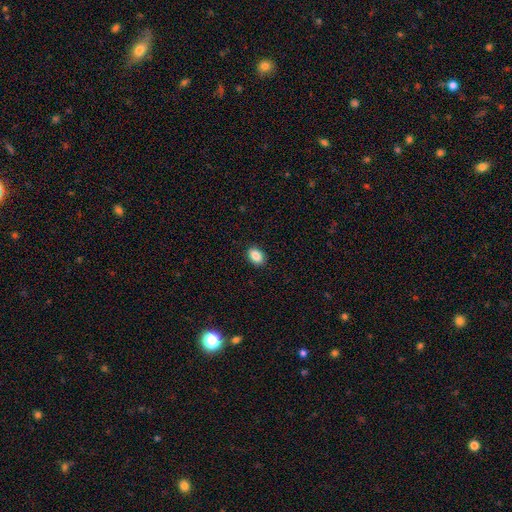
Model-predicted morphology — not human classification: type=smooth (88%); roundness=in between (82%); merging=none (90%).